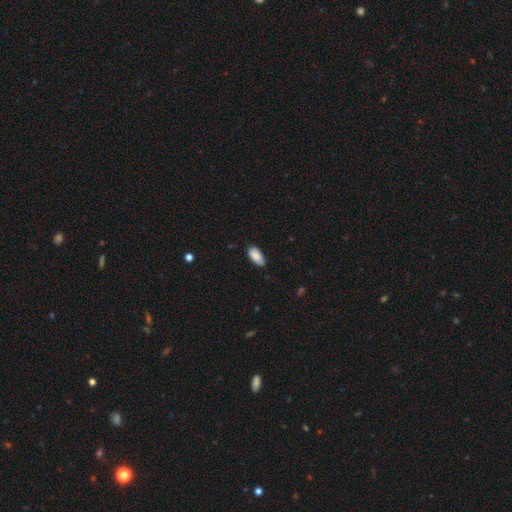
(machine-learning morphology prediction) Smooth or featured? Predicted: smooth (p=0.86). How rounded? Predicted: in between (p=0.93). Merging? Predicted: none (p=0.74).